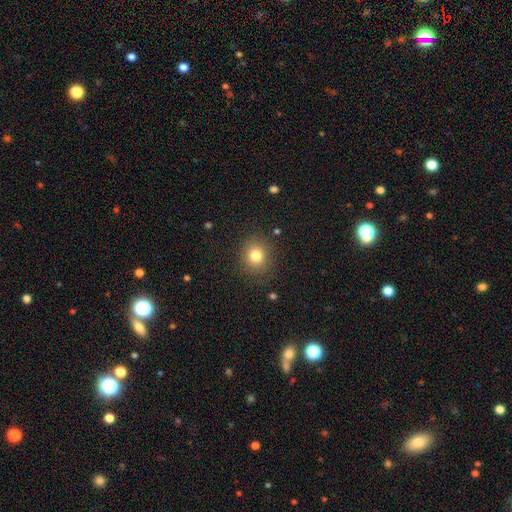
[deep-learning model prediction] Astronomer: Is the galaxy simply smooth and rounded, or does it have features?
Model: smooth — 80%.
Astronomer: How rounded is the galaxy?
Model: round — 82%.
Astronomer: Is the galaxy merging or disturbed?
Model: none — 86%.